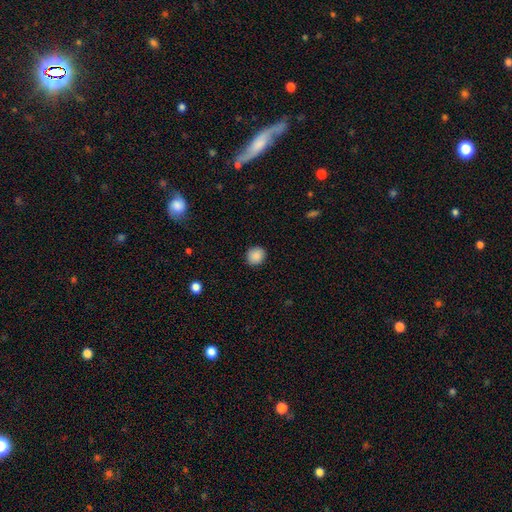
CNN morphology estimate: type=smooth (89%); roundness=round (82%); merging=none (90%).